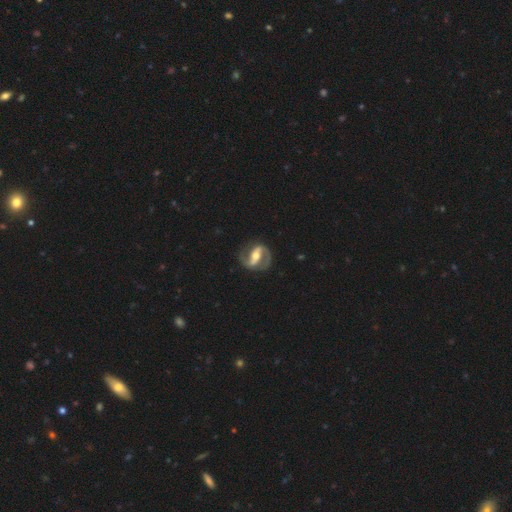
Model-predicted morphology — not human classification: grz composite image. It shows a featured or disk galaxy (89%) with a strong bar (61%), 2 (92%) medium (55%) spiral arms (94%) and a moderate central bulge (67%). Merging: none (82%).